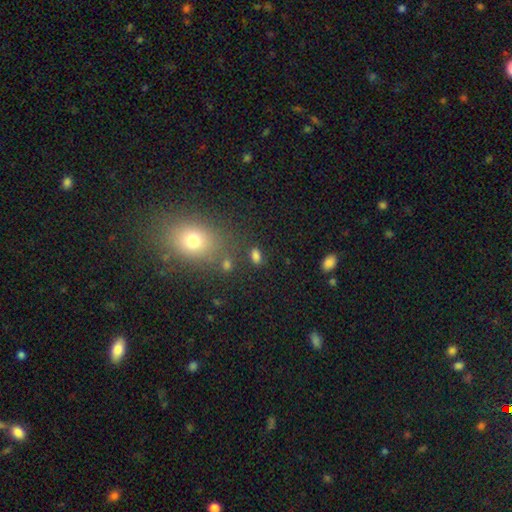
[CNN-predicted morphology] Smooth or featured: smooth — 80% (star or artifact — 15%)
How rounded: in between — 83% (round — 14%)
Merging: none — 78% (minor disturbance — 12%)